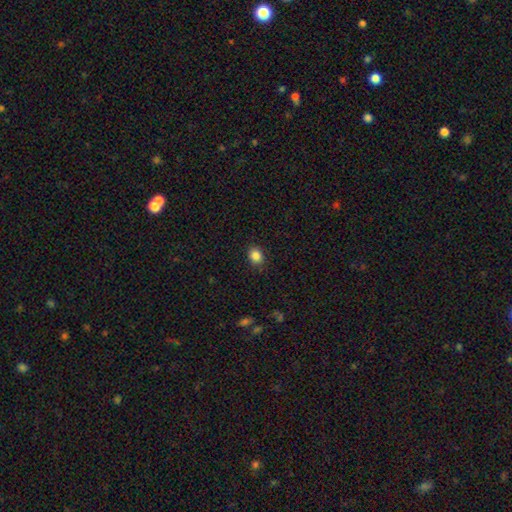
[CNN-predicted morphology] The model was most divided on "how rounded": round: 59%, in between: 40%, cigar-shaped: 1%. More confident: merging — none (88%); smooth or featured — smooth (86%).